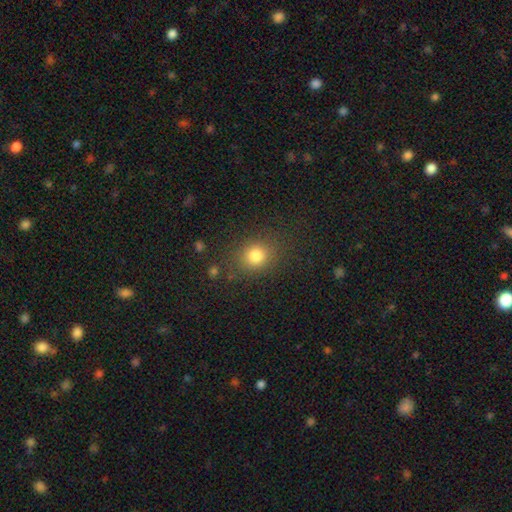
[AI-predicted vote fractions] Morphology: type=smooth (80%); roundness=round (68%); merging=none (81%).